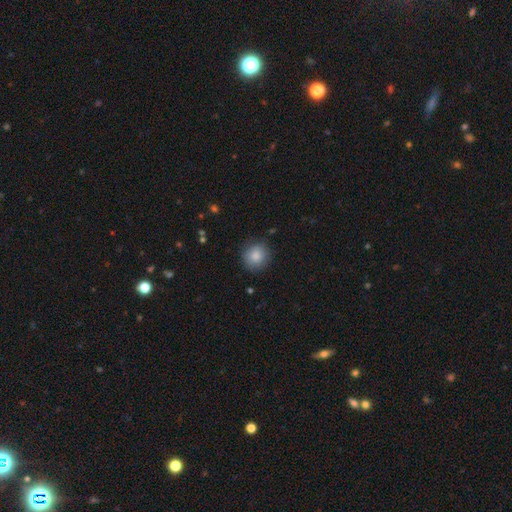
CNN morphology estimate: A smooth galaxy with no disk features (85%) that is round (92%). Merging: none (86%).